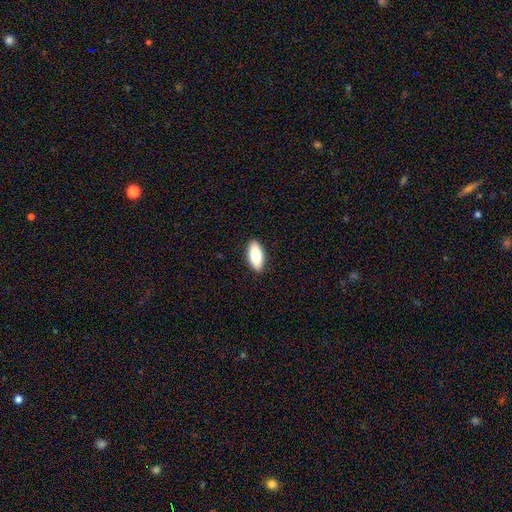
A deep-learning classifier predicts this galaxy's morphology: A smooth galaxy with no disk features (82%) that is in between round and cigar-shaped (88%).

Vote fractions:
- Smooth or featured? smooth: 82% / featured or disk: 12% / star or artifact: 6%
- How rounded? in between: 88% / cigar-shaped: 9% / round: 2%
- Merging? none: 90% / minor disturbance: 8% / major disturbance: 2% / merger: 1%